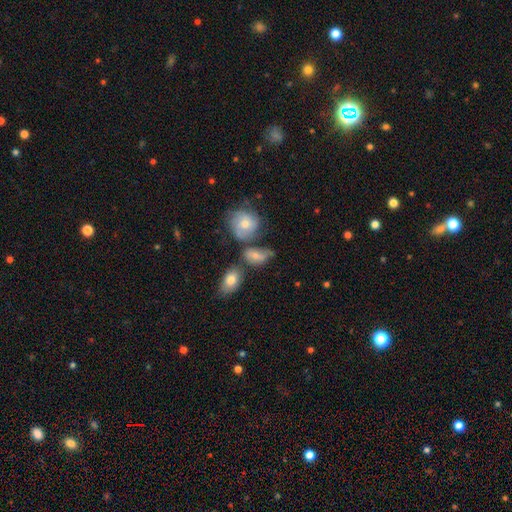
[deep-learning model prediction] Q: Smooth or featured?
A: smooth (58%); runner-up: featured or disk (31%)
Q: How rounded?
A: in between (80%); runner-up: round (17%)
Q: Merging?
A: none (35%); runner-up: minor disturbance (25%)